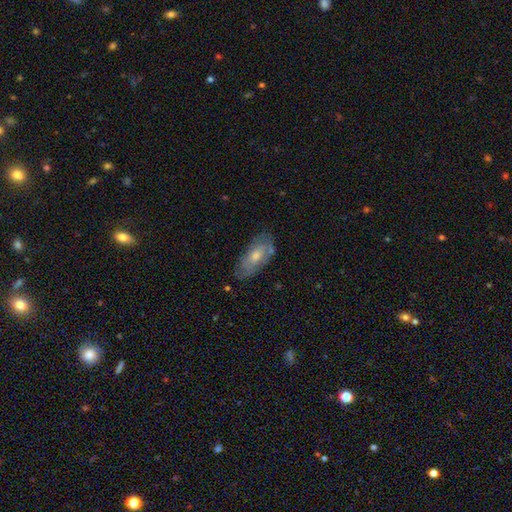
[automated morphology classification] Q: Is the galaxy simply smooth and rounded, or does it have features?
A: smooth — 47%.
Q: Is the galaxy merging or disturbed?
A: none — 71%.